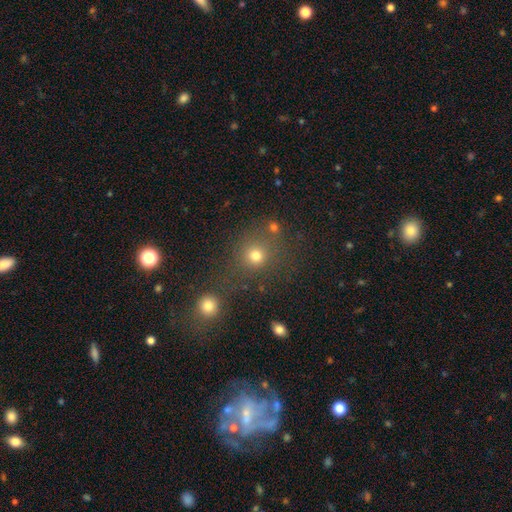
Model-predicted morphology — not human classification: The model was most divided on "smooth or featured": smooth: 74%, star or artifact: 19%, featured or disk: 8%. More confident: how rounded — round (87%); merging — none (69%).